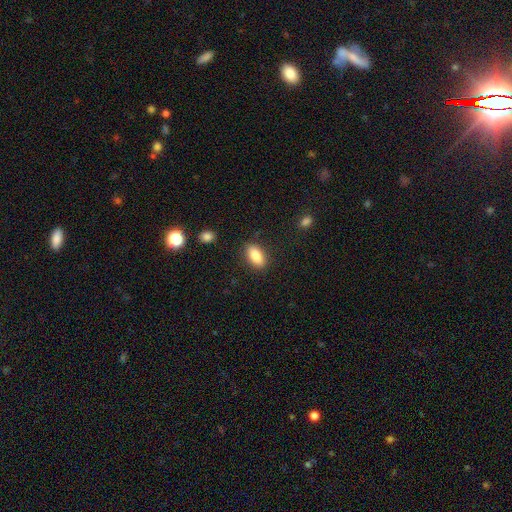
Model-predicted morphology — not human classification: Smooth or featured: smooth — 86% (star or artifact — 7%)
How rounded: in between — 88% (cigar-shaped — 8%)
Merging: none — 86% (minor disturbance — 9%)